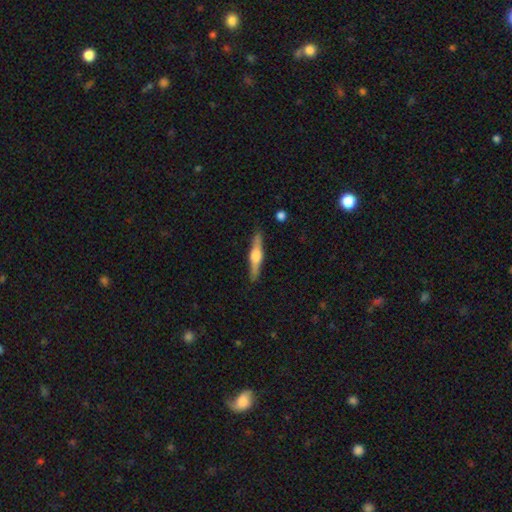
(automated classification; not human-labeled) A featured or disk galaxy (66%) viewed edge-on (97%) with a rounded central bulge (89%). Merging: none (89%).